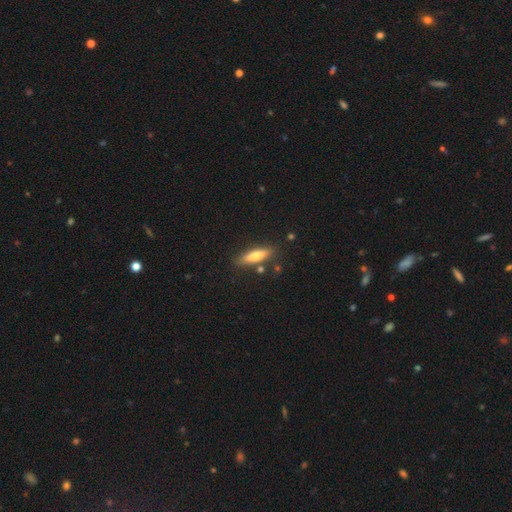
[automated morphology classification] type=smooth (67%); roundness=cigar-shaped (69%); merging=none (82%).